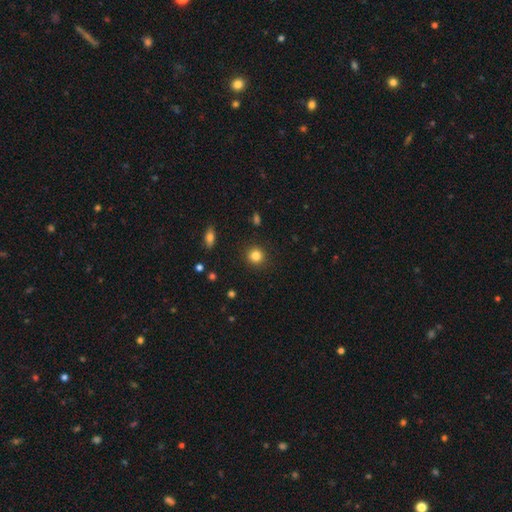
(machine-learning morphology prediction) smooth_or_featured: smooth (p=0.83) [alt: star or artifact p=0.11]
how_rounded: round (p=0.91) [alt: in between p=0.08]
merging: none (p=0.91) [alt: minor disturbance p=0.06]